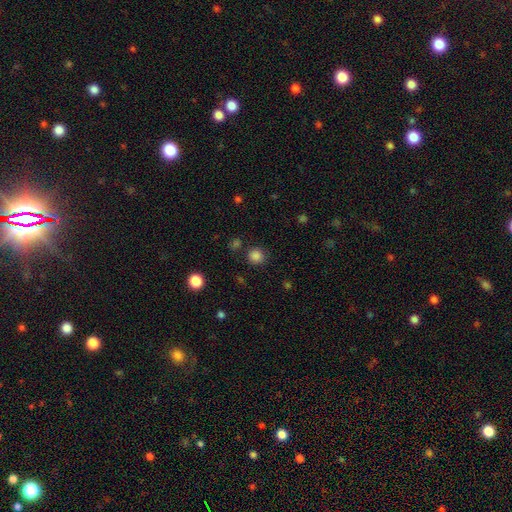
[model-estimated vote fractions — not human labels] Smooth or featured? smooth (84%)
How rounded? round (91%)
Merging? none (86%)